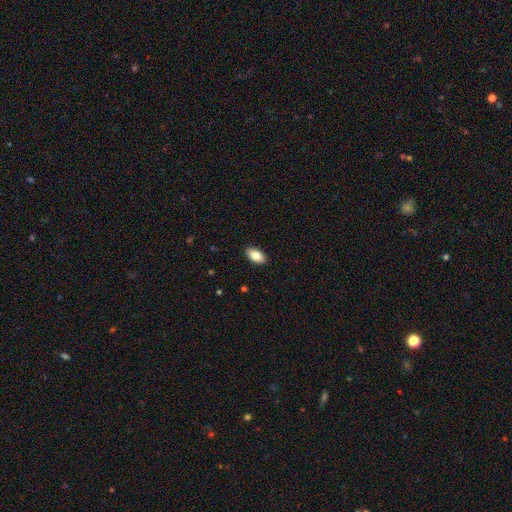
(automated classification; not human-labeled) Smooth or featured?
  - smooth: 85% *
  - featured or disk: 8%
  - star or artifact: 7%
How rounded?
  - in between: 94% *
  - round: 4%
  - cigar-shaped: 2%
Merging?
  - none: 90% *
  - minor disturbance: 7%
  - major disturbance: 2%
  - merger: 1%